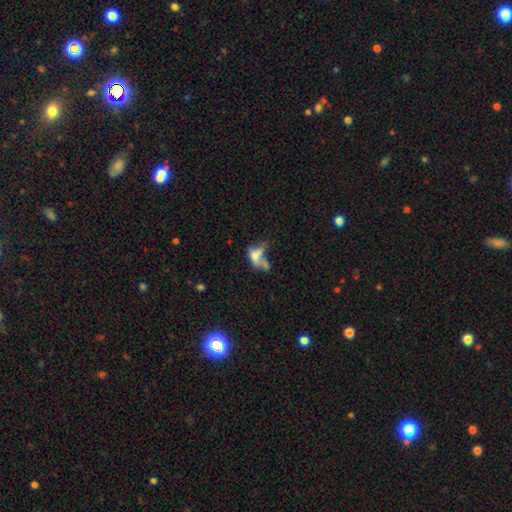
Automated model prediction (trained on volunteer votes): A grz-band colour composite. It shows a smooth galaxy with no disk features (49%). Merging: merger (48%).